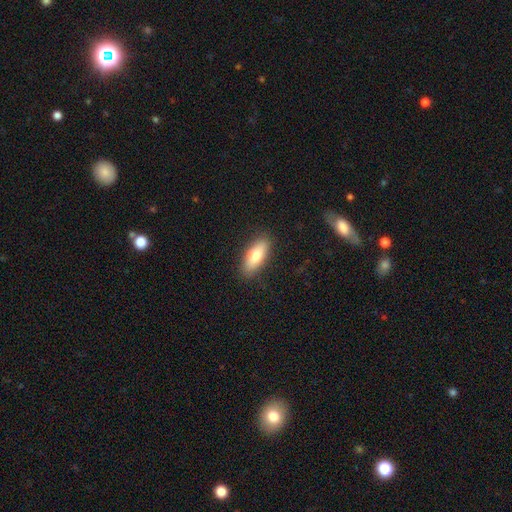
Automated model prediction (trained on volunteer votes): Smooth or featured? Predicted: smooth (p=0.75). How rounded? Predicted: in between (p=0.74). Merging? Predicted: none (p=0.87).